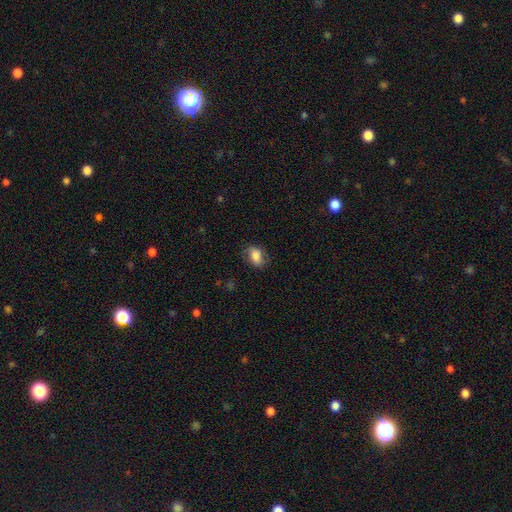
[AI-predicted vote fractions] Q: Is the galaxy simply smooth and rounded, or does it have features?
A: smooth — 79%.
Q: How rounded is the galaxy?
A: in between — 85%.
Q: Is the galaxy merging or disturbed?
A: none — 74%.